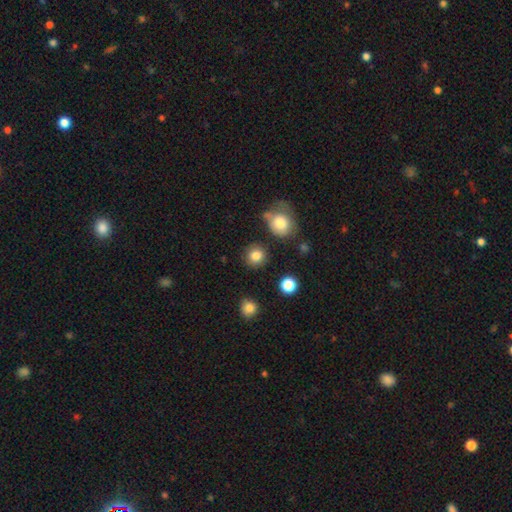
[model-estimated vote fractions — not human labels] The model was most divided on "smooth or featured": smooth: 83%, star or artifact: 11%, featured or disk: 6%. More confident: how rounded — round (91%); merging — none (86%).